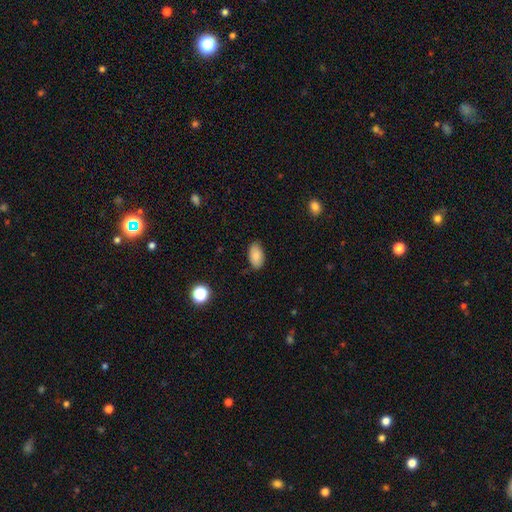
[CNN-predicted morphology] Smooth or featured? Predicted: smooth (p=0.85). How rounded? Predicted: in between (p=0.94). Merging? Predicted: none (p=0.82).